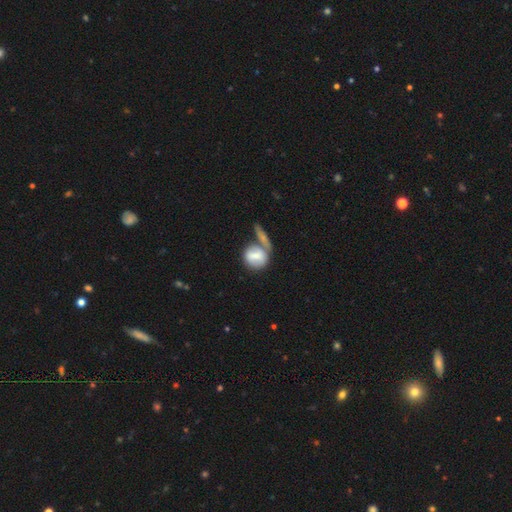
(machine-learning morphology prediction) This is likely a smooth galaxy (66%). How rounded: likely round (68%). Merging: marginally merger (44%).